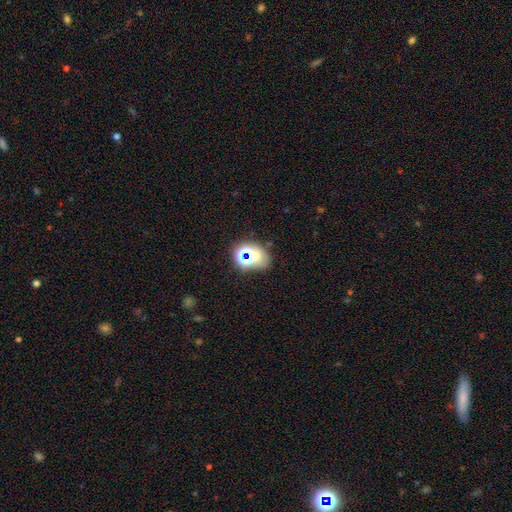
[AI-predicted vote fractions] Smooth or featured? Predicted: star or artifact (p=0.43, tied with smooth).